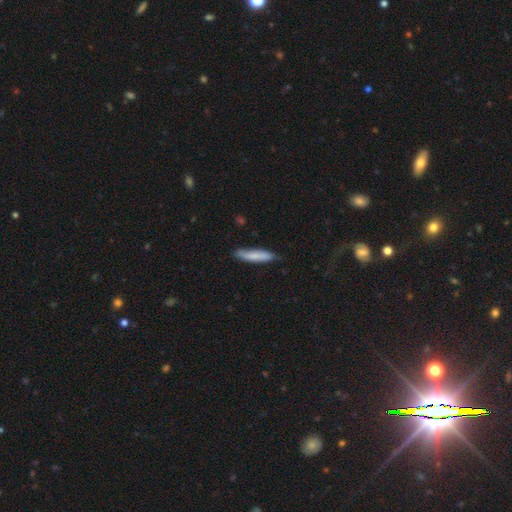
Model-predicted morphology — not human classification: Smooth or featured: smooth — 77% (featured or disk — 17%)
How rounded: cigar-shaped — 86% (in between — 13%)
Merging: none — 75% (minor disturbance — 20%)